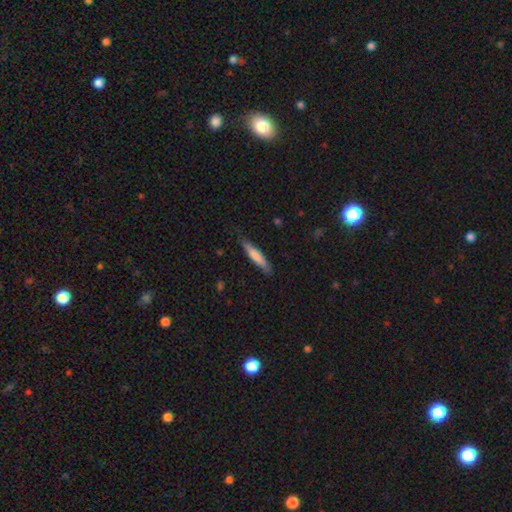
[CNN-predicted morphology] Overall: smooth (71%). How rounded: cigar-shaped (89%). Merging: none (84%).